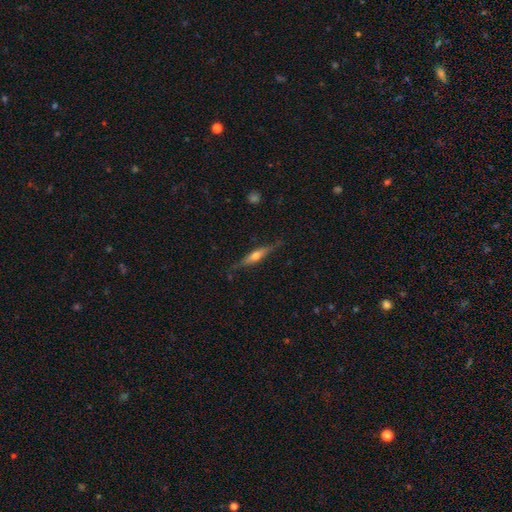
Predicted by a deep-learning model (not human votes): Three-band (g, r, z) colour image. It shows a featured or disk galaxy (60%) viewed edge-on (95%) with a rounded central bulge (88%). Merging: none (80%).